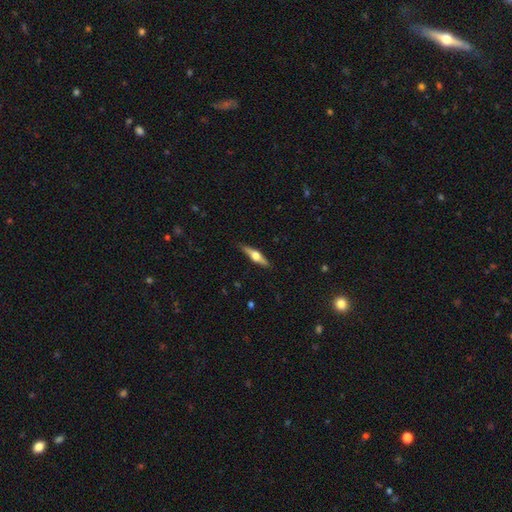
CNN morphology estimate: Smooth or featured? Predicted: featured or disk (p=0.64). Edge-on disk? Predicted: yes (p=0.96). Edge-on bulge? Predicted: rounded (p=0.95). Merging? Predicted: none (p=0.88).